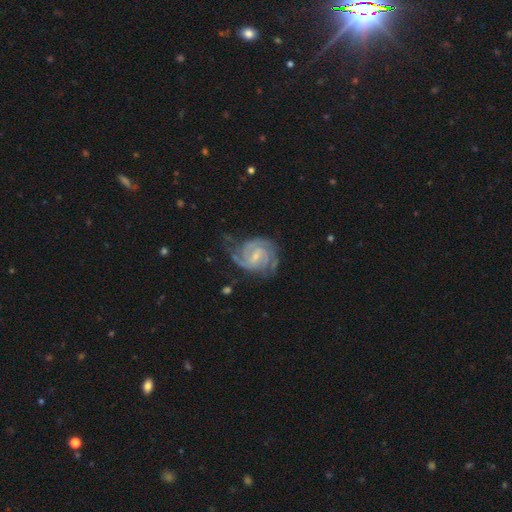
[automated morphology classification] type=featured or disk (90%); edge-on=no (98%); bar=weak (57%); spiral arms=yes (98%); winding=tight (59%); arm count=2 (38%); bulge=small (68%); merging=none (65%).